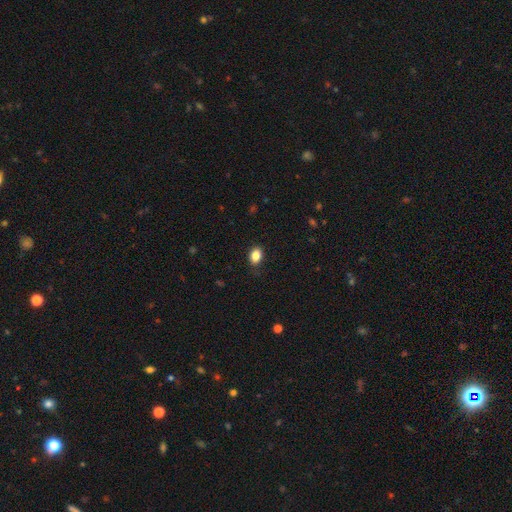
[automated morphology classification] type=smooth (85%); roundness=in between (76%); merging=none (86%).